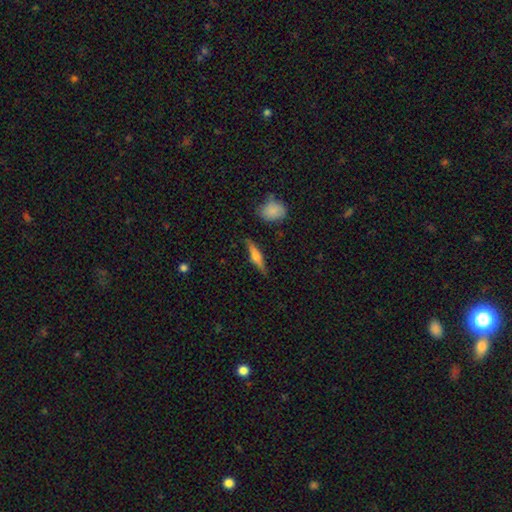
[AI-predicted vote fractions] A featured or disk galaxy (55%) viewed edge-on (96%) with a rounded central bulge (81%). Merging: none (84%).